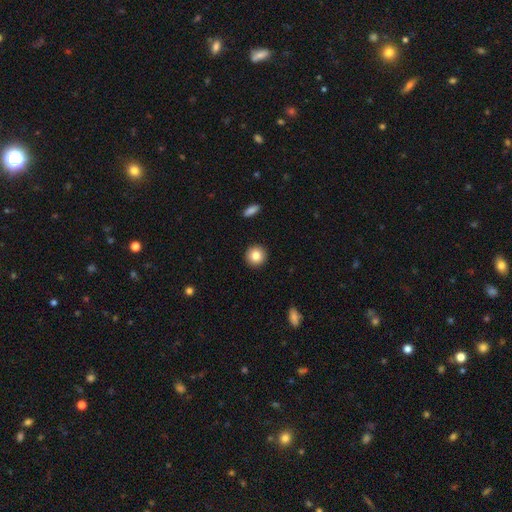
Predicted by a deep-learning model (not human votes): smooth_or_featured: smooth (p=0.84) [alt: star or artifact p=0.09]
how_rounded: round (p=0.94) [alt: in between p=0.05]
merging: none (p=0.92) [alt: minor disturbance p=0.05]